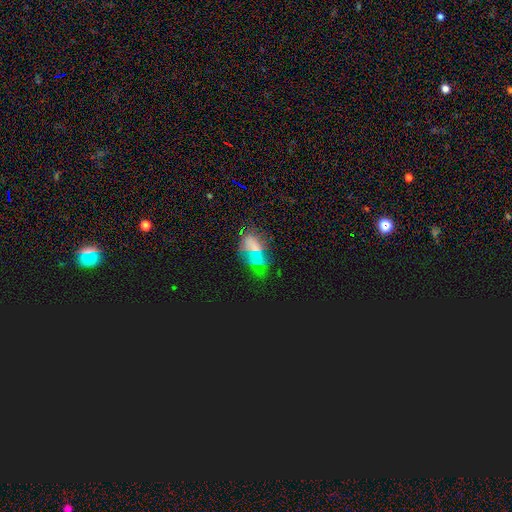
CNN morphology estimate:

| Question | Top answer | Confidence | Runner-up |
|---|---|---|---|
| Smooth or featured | star or artifact | 47% | smooth (36%) |